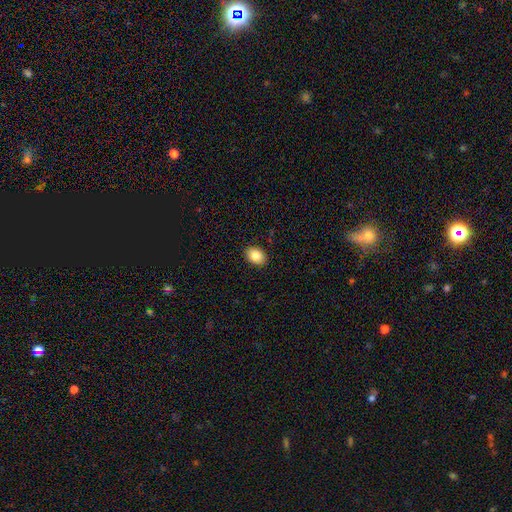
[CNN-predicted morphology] Q: Smooth or featured?
A: smooth (85%); runner-up: star or artifact (8%)
Q: How rounded?
A: in between (74%); runner-up: round (25%)
Q: Merging?
A: none (90%); runner-up: minor disturbance (7%)